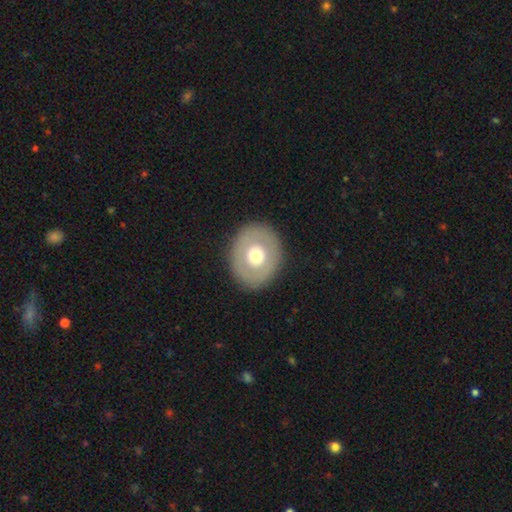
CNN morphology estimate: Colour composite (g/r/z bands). It shows a smooth galaxy with no disk features (55%) that is round (61%). Merging: none (88%).